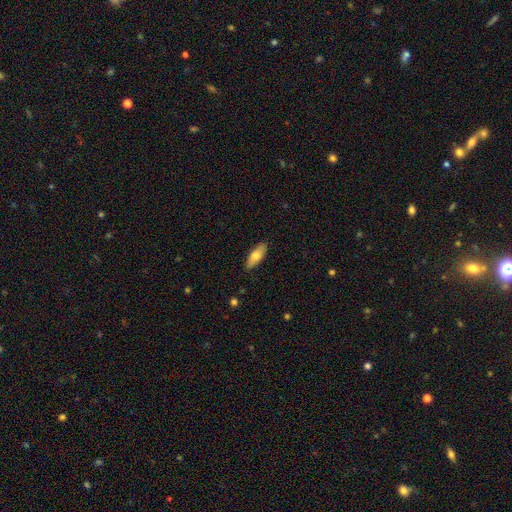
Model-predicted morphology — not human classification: This is likely a smooth galaxy (73%). How rounded: likely in between (69%). Merging: clearly none (87%).